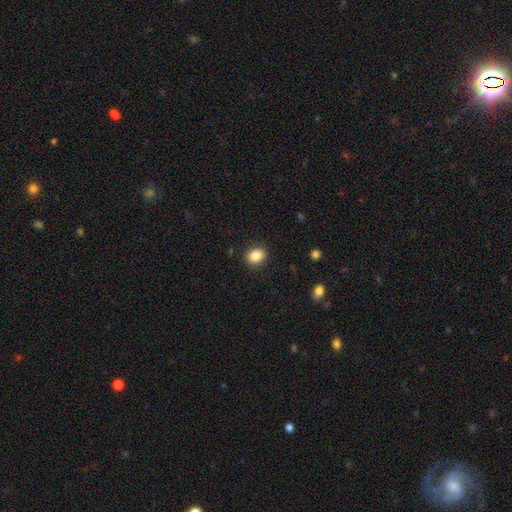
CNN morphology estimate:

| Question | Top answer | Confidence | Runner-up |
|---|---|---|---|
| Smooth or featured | smooth | 87% | star or artifact (9%) |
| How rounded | in between | 51% | round (48%) |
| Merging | none | 89% | minor disturbance (7%) |